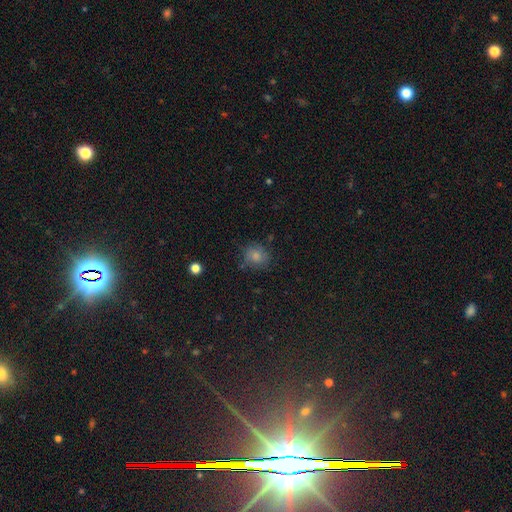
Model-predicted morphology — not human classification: The model was most divided on "merging": none: 72%, minor disturbance: 19%, major disturbance: 6%, merger: 3%. More confident: smooth or featured — smooth (79%); how rounded — round (77%).